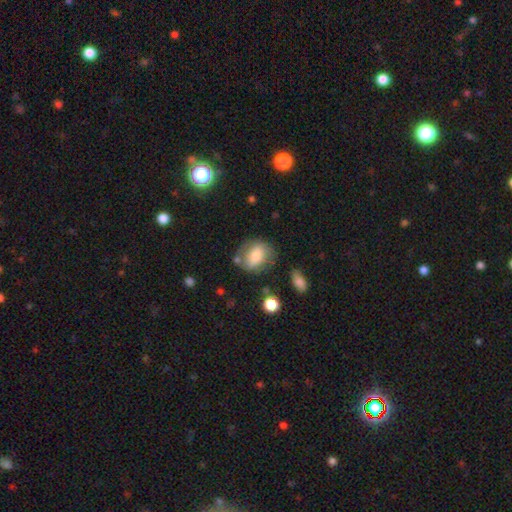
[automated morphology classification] type=smooth (69%); roundness=in between (58%); merging=none (58%).